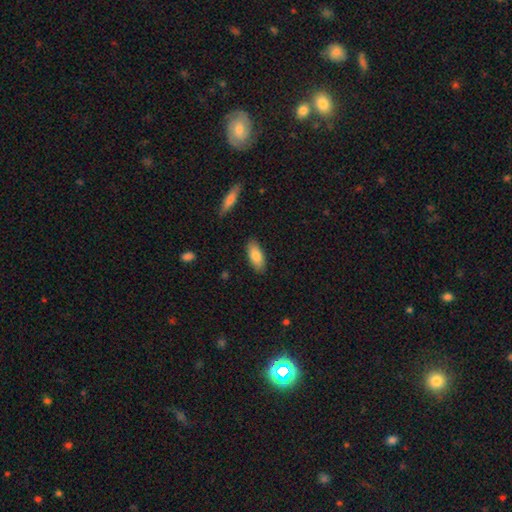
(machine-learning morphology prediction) This is clearly a smooth galaxy (83%). How rounded: clearly in between (85%). Merging: clearly none (87%).